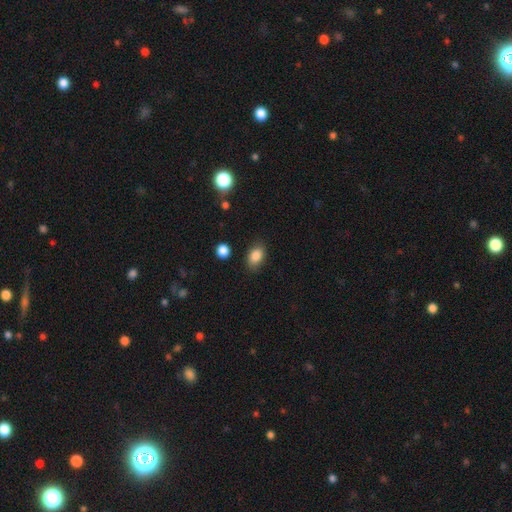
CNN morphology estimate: This appears to be a smooth galaxy with no disk features (84%) that is in between round and cigar-shaped (83%). Merging: none (82%).